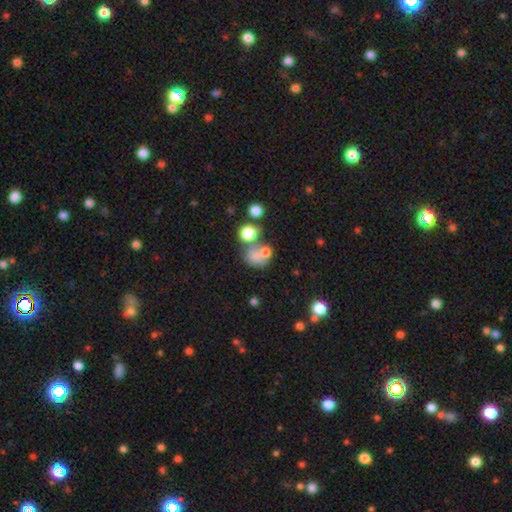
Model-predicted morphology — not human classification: Smooth or featured? Predicted: smooth (p=0.64). How rounded? Predicted: round (p=0.72). Merging? Predicted: merger (p=0.49).